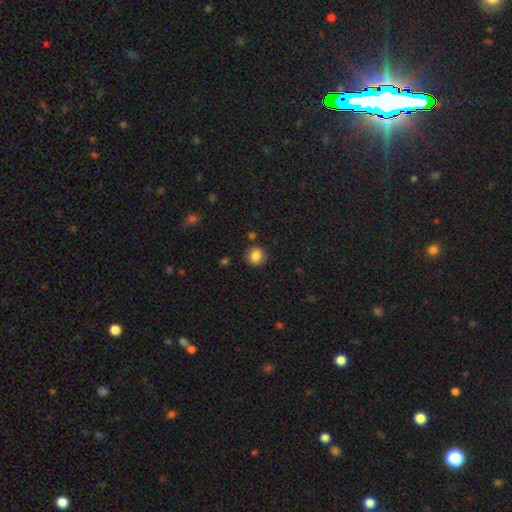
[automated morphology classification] A smooth galaxy with no disk features (85%) that is round (82%).

Vote fractions:
- Smooth or featured? smooth: 85% / star or artifact: 10% / featured or disk: 6%
- How rounded? round: 82% / in between: 17% / cigar-shaped: 1%
- Merging? none: 84% / minor disturbance: 10% / major disturbance: 3% / merger: 2%